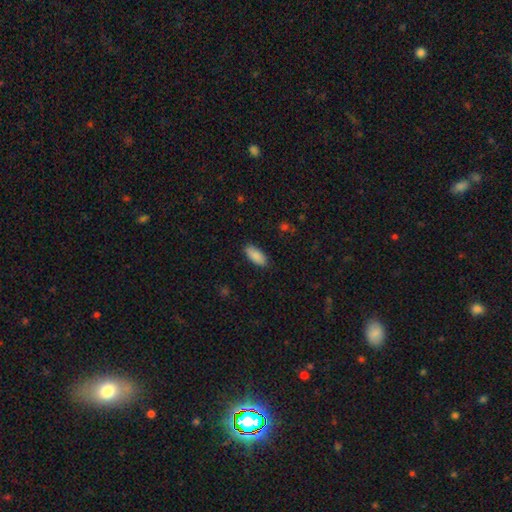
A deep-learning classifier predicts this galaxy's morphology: type=smooth (90%); roundness=in between (86%); merging=none (87%).